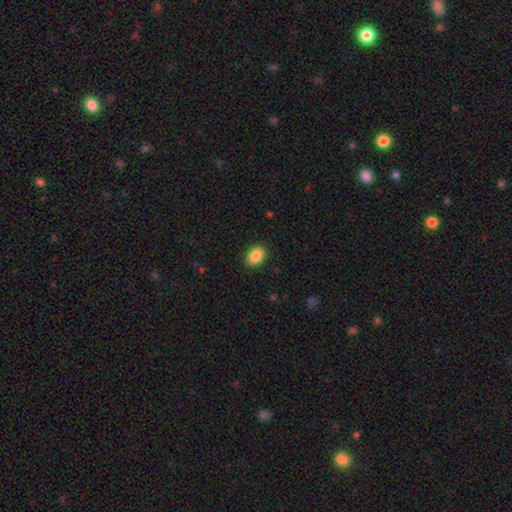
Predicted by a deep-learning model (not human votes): This appears to be a smooth galaxy with no disk features (88%) that is in between round and cigar-shaped (81%). Merging: none (90%).